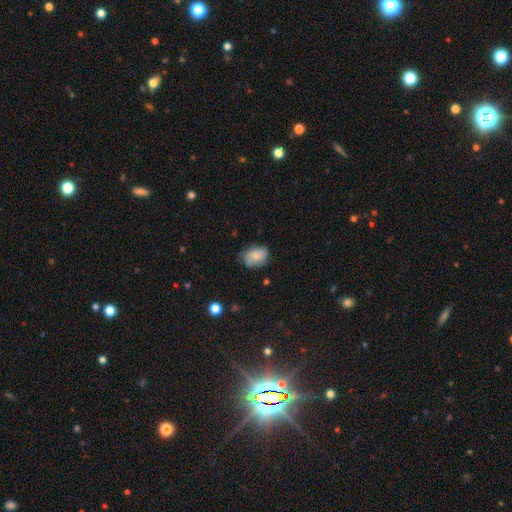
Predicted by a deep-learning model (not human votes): smooth_or_featured: smooth (p=0.74) [alt: featured or disk p=0.18]
how_rounded: in between (p=0.77) [alt: round p=0.22]
merging: none (p=0.68) [alt: minor disturbance p=0.25]